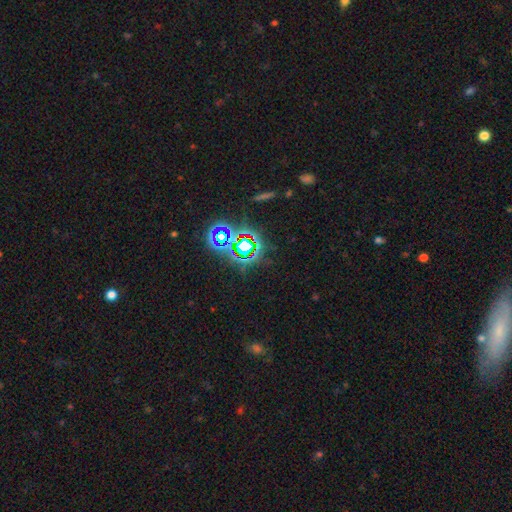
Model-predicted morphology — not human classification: A star or artifact, not a galaxy (61%).

Vote fractions:
- Smooth or featured? star or artifact: 61% / smooth: 28% / featured or disk: 11%